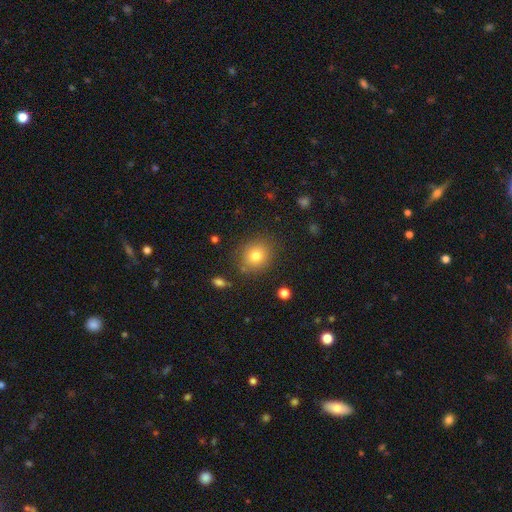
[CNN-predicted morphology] Smooth or featured? Predicted: smooth (p=0.78). How rounded? Predicted: round (p=0.75). Merging? Predicted: none (p=0.83).